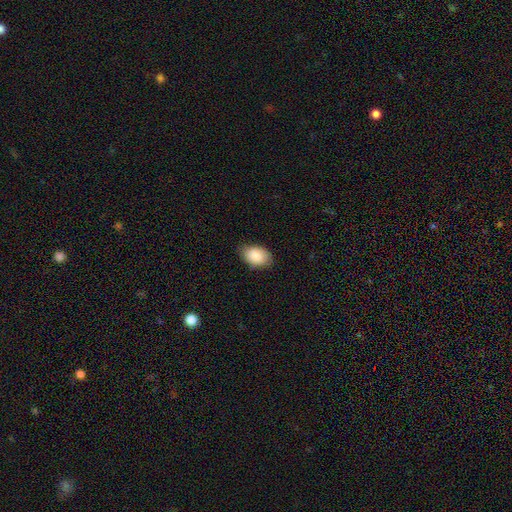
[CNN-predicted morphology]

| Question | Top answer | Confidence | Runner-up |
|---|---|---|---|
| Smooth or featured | smooth | 85% | featured or disk (8%) |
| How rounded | in between | 88% | round (11%) |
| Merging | none | 79% | minor disturbance (17%) |